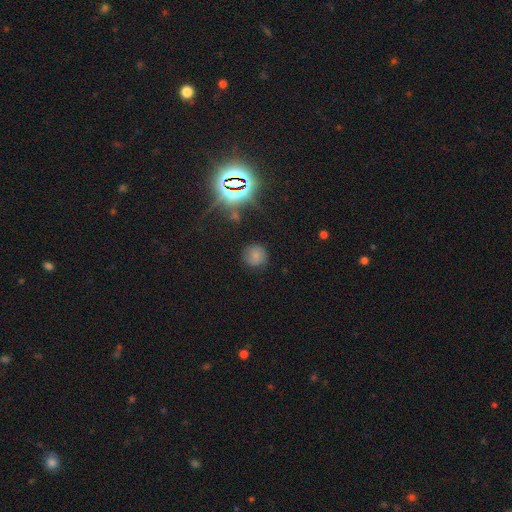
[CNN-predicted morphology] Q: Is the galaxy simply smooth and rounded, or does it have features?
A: smooth — 66%.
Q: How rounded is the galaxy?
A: round — 90%.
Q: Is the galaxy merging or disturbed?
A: none — 80%.